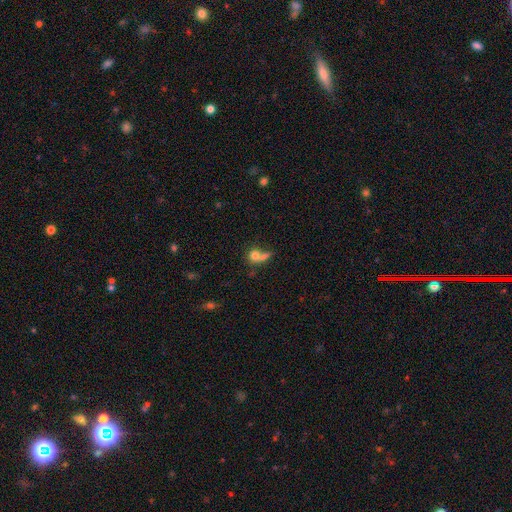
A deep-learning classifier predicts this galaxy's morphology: Smooth or featured: smooth — 74% (featured or disk — 15%)
How rounded: round — 70% (in between — 26%)
Merging: merger — 46% (none — 33%)